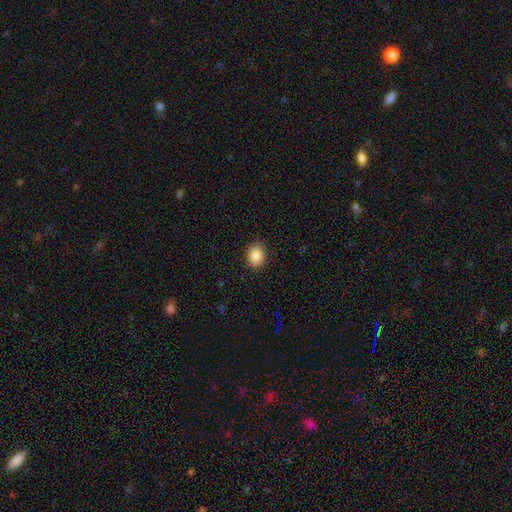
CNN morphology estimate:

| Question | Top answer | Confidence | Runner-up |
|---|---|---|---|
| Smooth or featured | smooth | 88% | star or artifact (8%) |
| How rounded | in between | 52% | round (47%) |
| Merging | none | 87% | minor disturbance (10%) |